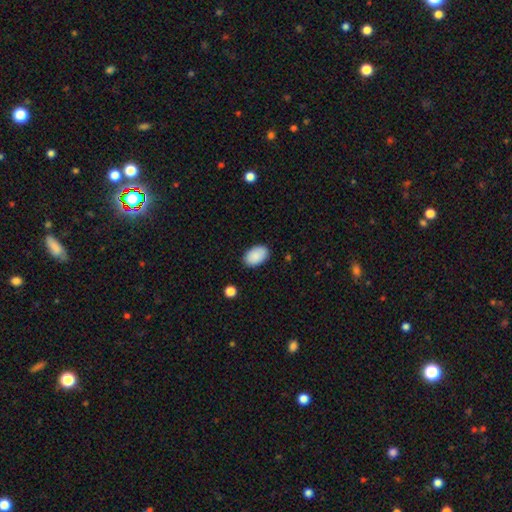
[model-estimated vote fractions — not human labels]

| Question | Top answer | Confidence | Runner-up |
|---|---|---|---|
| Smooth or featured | smooth | 90% | star or artifact (7%) |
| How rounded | in between | 92% | round (7%) |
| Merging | none | 87% | minor disturbance (10%) |